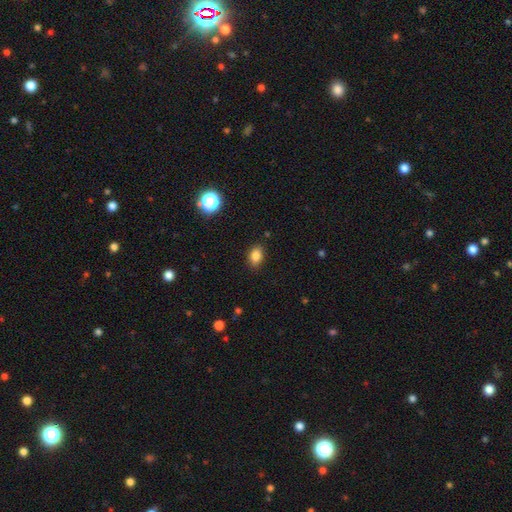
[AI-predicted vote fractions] Smooth or featured? smooth (84%)
How rounded? in between (79%)
Merging? none (87%)